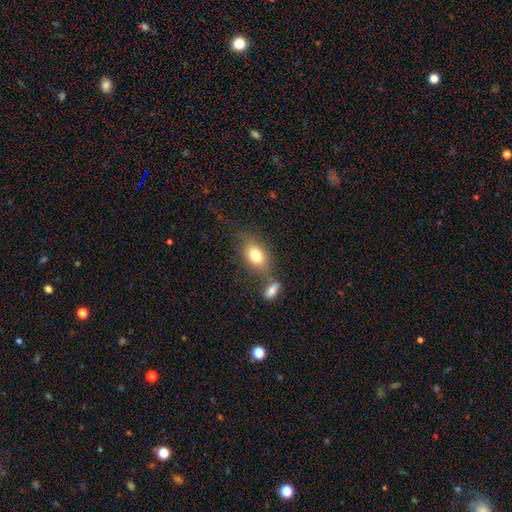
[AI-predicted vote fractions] smooth_or_featured: smooth (p=0.76) [alt: featured or disk p=0.15]
how_rounded: in between (p=0.82) [alt: round p=0.15]
merging: none (p=0.57) [alt: merger p=0.21]